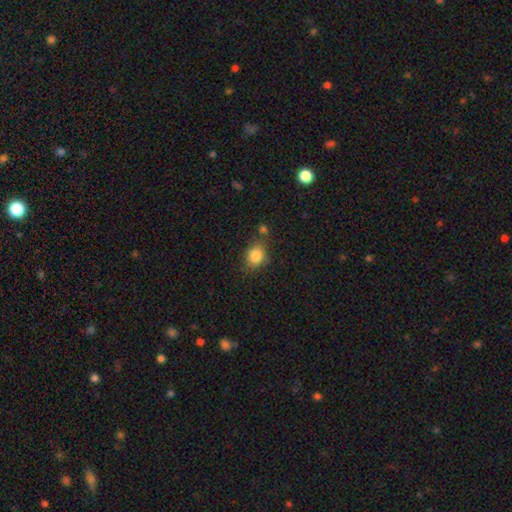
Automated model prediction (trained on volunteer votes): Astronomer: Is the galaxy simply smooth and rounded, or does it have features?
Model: smooth — 84%.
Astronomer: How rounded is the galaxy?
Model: round — 60% (runner-up: in between, 39%).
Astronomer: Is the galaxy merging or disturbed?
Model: none — 70%.